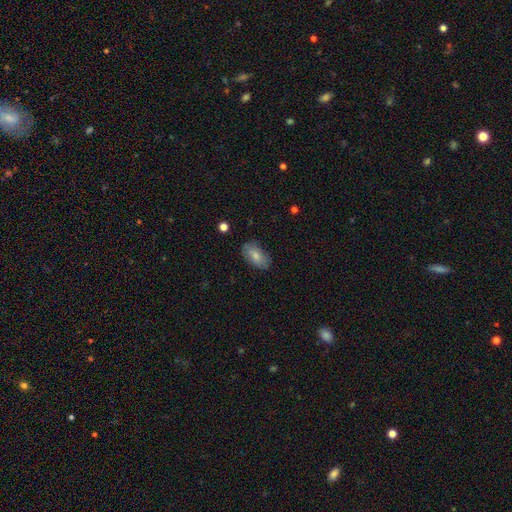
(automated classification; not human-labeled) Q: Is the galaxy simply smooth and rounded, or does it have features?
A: smooth — 76%.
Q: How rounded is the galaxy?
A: in between — 92%.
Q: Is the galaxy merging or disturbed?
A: none — 78%.